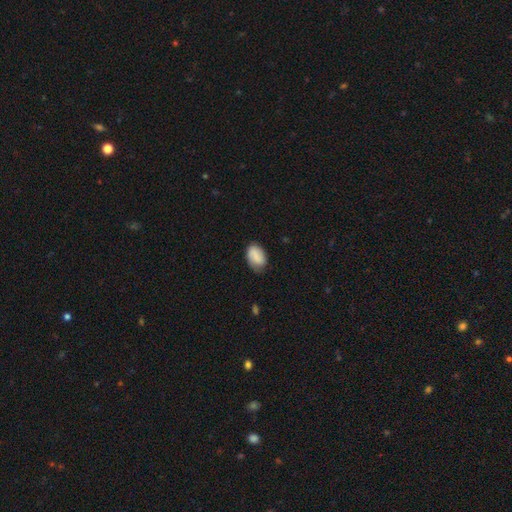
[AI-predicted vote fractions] smooth 75%, featured or disk 17%, star or artifact 8%. Down the decision tree: how rounded — in between (87%); merging — none (66%).